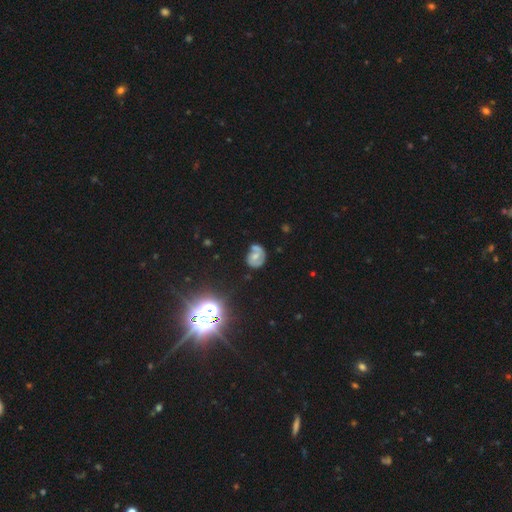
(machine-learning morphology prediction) smooth_or_featured: featured or disk (p=0.57) [alt: smooth p=0.31]
disk_edge_on: no (p=0.97) [alt: yes p=0.03]
bar: no (p=0.66) [alt: weak p=0.27]
has_spiral_arms: yes (p=0.70) [alt: no p=0.30]
bulge_size: moderate (p=0.48) [alt: small p=0.39]
merging: none (p=0.52) [alt: minor disturbance p=0.23]